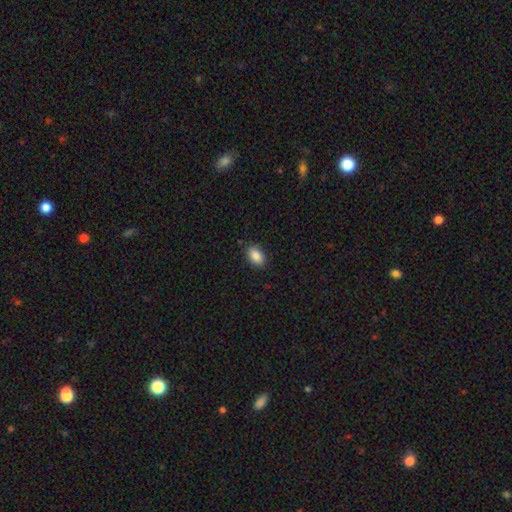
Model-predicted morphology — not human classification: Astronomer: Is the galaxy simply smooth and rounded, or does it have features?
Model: smooth — 88%.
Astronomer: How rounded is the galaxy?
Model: in between — 90%.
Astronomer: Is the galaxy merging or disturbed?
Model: none — 86%.